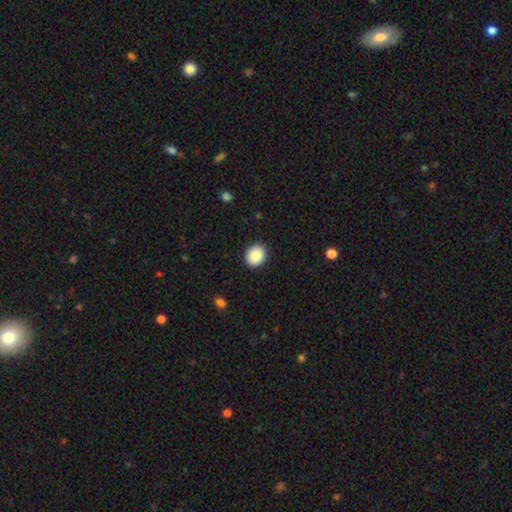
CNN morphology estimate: Smooth or featured: smooth — 87% (star or artifact — 8%)
How rounded: round — 59% (in between — 41%)
Merging: none — 90% (minor disturbance — 7%)